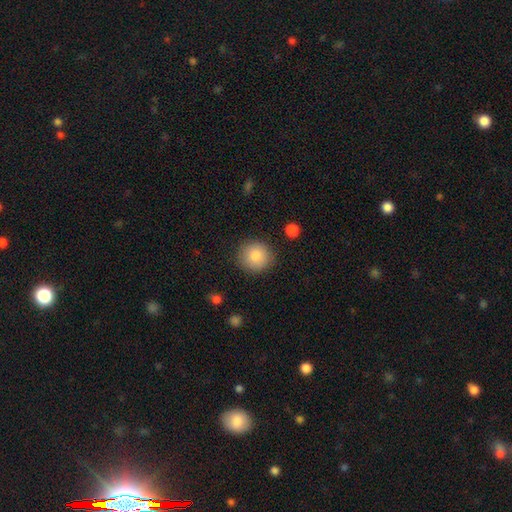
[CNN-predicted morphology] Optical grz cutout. It shows a smooth galaxy with no disk features (85%) that is round (92%). Merging: none (87%).